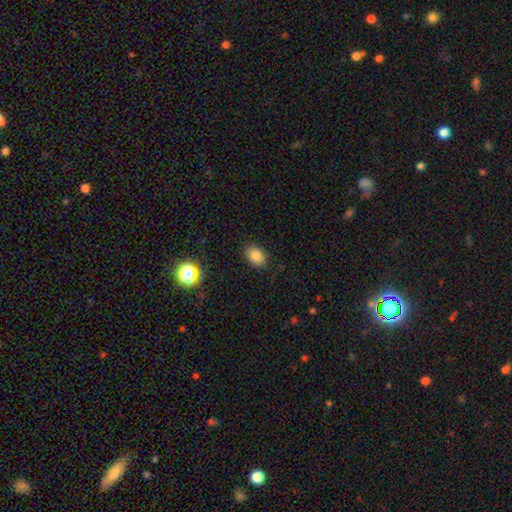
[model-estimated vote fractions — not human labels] Smooth or featured: smooth — 83% (star or artifact — 12%)
How rounded: in between — 79% (round — 20%)
Merging: none — 86% (minor disturbance — 10%)